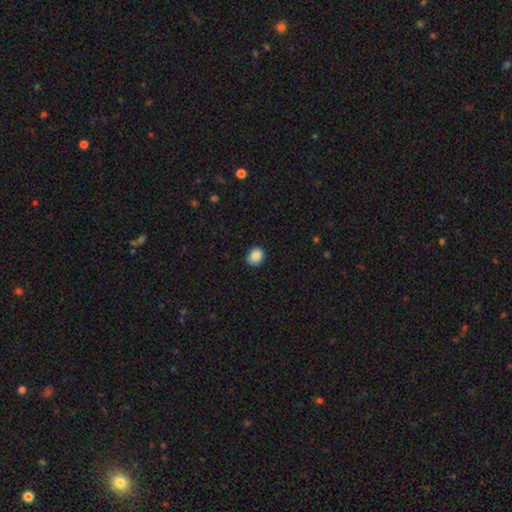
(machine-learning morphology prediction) smooth 87%, star or artifact 9%, featured or disk 4%. Down the decision tree: how rounded — round (66%); merging — none (86%).